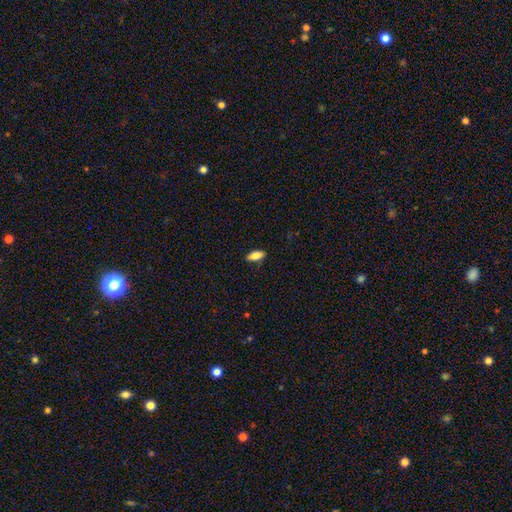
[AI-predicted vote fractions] A smooth galaxy with no disk features (81%) that is in between round and cigar-shaped (84%).

Vote fractions:
- Smooth or featured? smooth: 81% / featured or disk: 12% / star or artifact: 7%
- How rounded? in between: 84% / cigar-shaped: 13% / round: 3%
- Merging? none: 87% / minor disturbance: 10% / major disturbance: 2% / merger: 1%